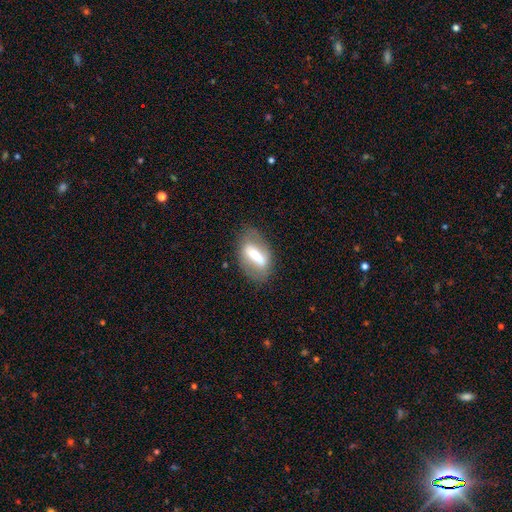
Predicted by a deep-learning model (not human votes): This is possibly a featured or disk galaxy (49%). Merging: likely none (72%).